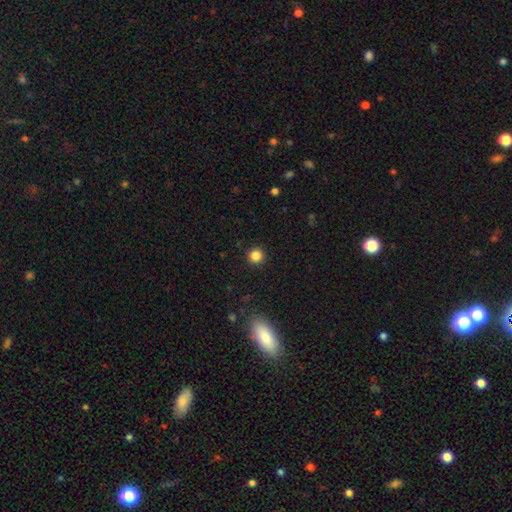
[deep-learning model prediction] This is clearly a smooth galaxy (84%). How rounded: clearly round (95%). Merging: clearly none (92%).